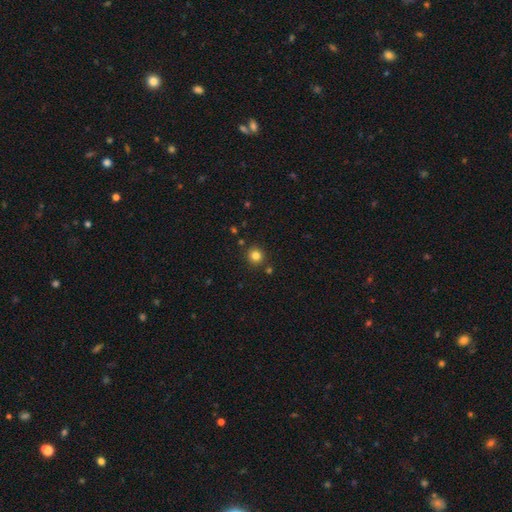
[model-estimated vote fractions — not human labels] A smooth galaxy with no disk features (82%) that is round (93%). Merging: none (88%).